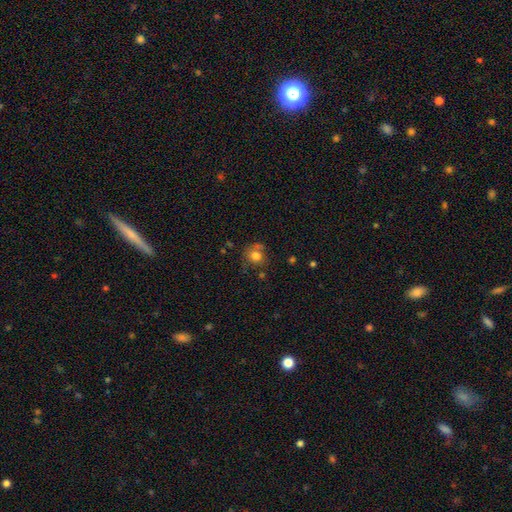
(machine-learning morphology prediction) Smooth or featured: smooth — 75% (featured or disk — 13%)
How rounded: round — 75% (in between — 24%)
Merging: none — 55% (minor disturbance — 20%)